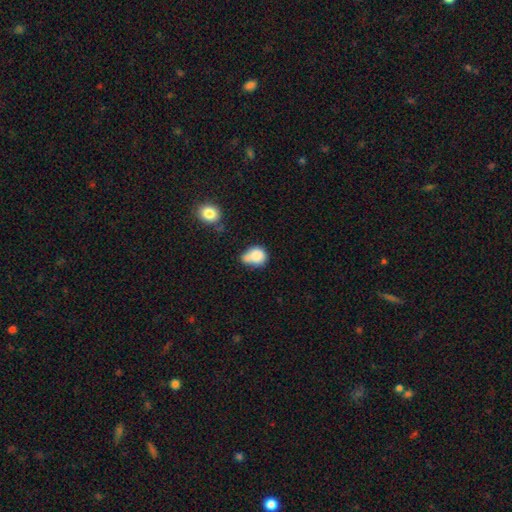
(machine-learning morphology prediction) Smooth or featured? smooth (82%)
How rounded? round (61%)
Merging? none (34%)